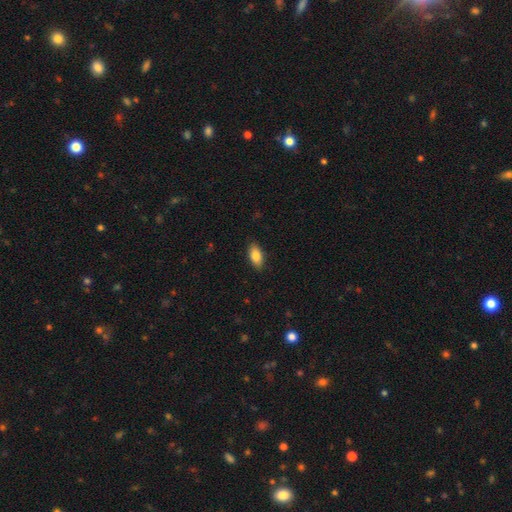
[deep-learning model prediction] Smooth or featured? smooth (85%)
How rounded? in between (89%)
Merging? none (88%)